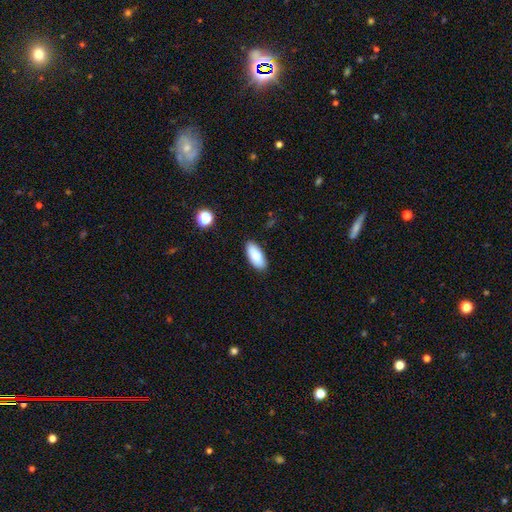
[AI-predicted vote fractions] smooth-or-featured: smooth: 87% | star or artifact: 7% | featured or disk: 6%
  how-rounded: in between: 88% | cigar-shaped: 10% | round: 2%
  merging: none: 87% | minor disturbance: 10% | major disturbance: 2% | merger: 1%